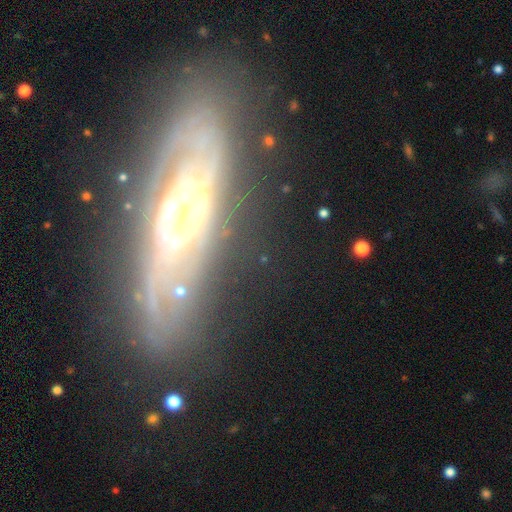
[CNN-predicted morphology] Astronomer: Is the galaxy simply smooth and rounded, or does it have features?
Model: featured or disk — 82%.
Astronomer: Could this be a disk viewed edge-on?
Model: no — 70%.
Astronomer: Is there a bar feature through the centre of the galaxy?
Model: no — 60%.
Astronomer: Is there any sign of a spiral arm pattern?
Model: yes — 81%.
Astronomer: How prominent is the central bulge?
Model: moderate — 47% (runner-up: large, 36%).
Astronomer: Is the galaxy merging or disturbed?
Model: none — 77%.